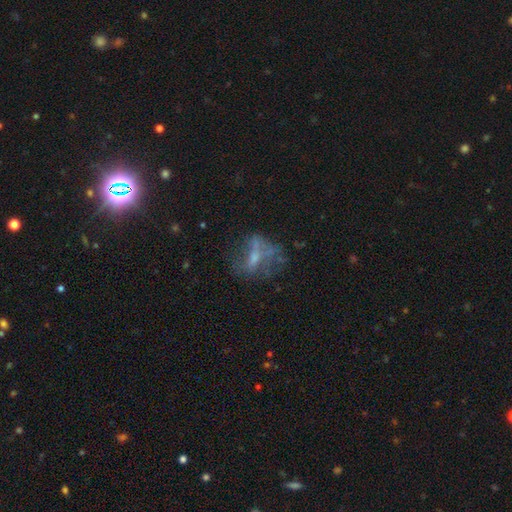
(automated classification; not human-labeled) Smooth or featured? Predicted: featured or disk (p=0.52). Edge-on disk? Predicted: no (p=0.93). Merging? Predicted: none (p=0.39).